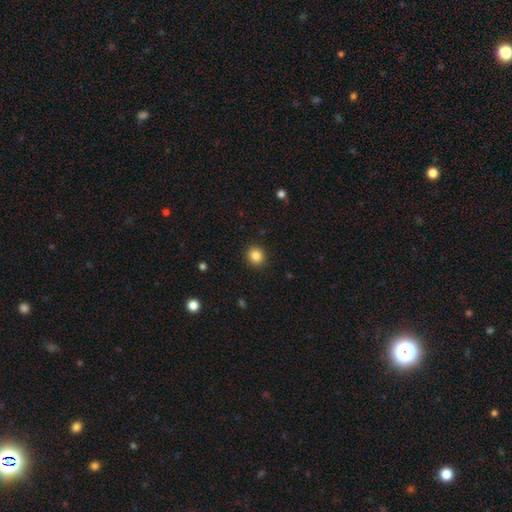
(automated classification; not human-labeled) Q: Smooth or featured?
A: smooth (85%); runner-up: star or artifact (11%)
Q: How rounded?
A: round (88%); runner-up: in between (11%)
Q: Merging?
A: none (91%); runner-up: minor disturbance (6%)